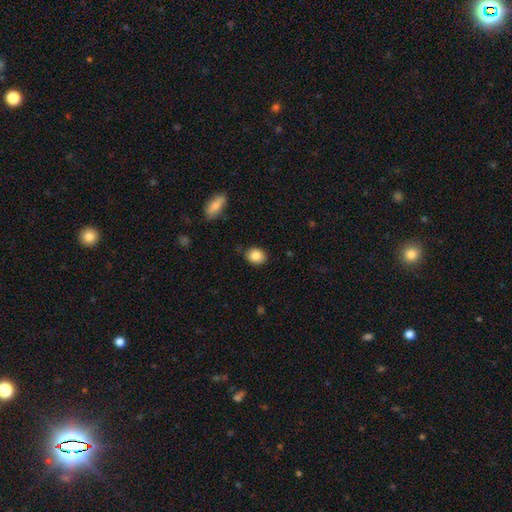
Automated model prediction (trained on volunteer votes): smooth-or-featured: smooth: 85% | star or artifact: 8% | featured or disk: 7%
  how-rounded: in between: 56% | round: 43% | cigar-shaped: 1%
  merging: none: 81% | minor disturbance: 15% | major disturbance: 3% | merger: 2%